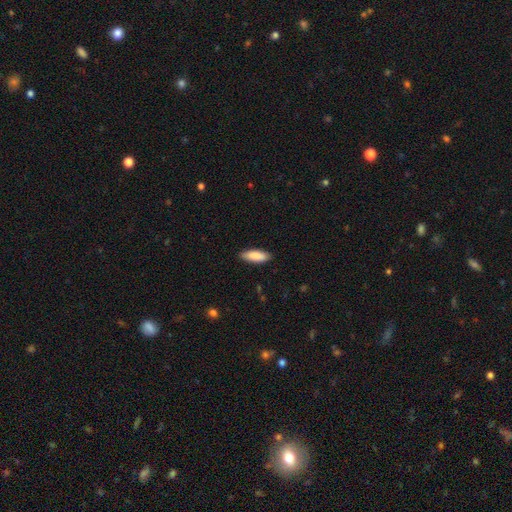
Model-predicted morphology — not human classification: smooth 89%, featured or disk 6%, star or artifact 6%. Down the decision tree: how rounded — in between (68%); merging — none (87%).